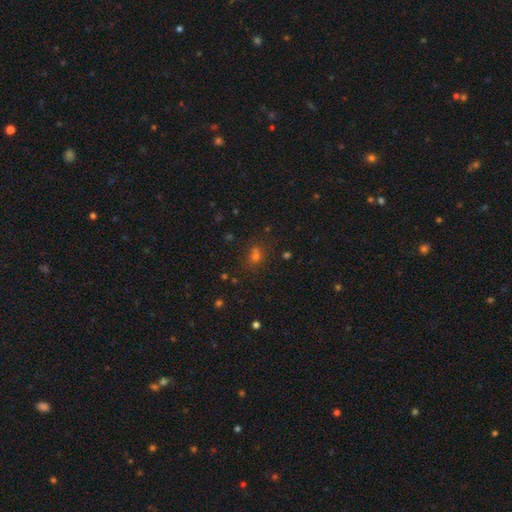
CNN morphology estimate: This is possibly a smooth galaxy (54%). How rounded: likely round (61%). Merging: likely none (64%).